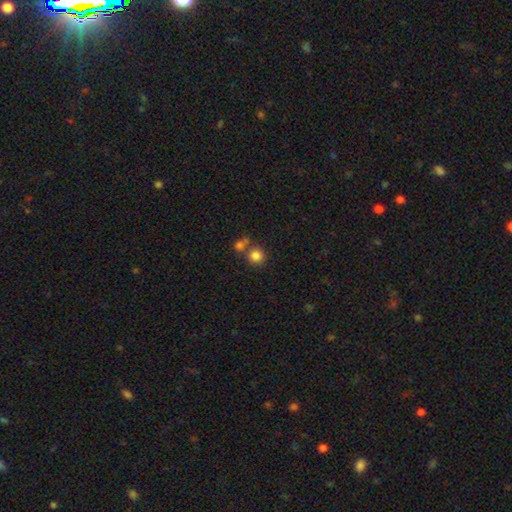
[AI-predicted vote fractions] smooth_or_featured: smooth (p=0.83) [alt: star or artifact p=0.11]
how_rounded: round (p=0.90) [alt: in between p=0.09]
merging: none (p=0.61) [alt: merger p=0.27]